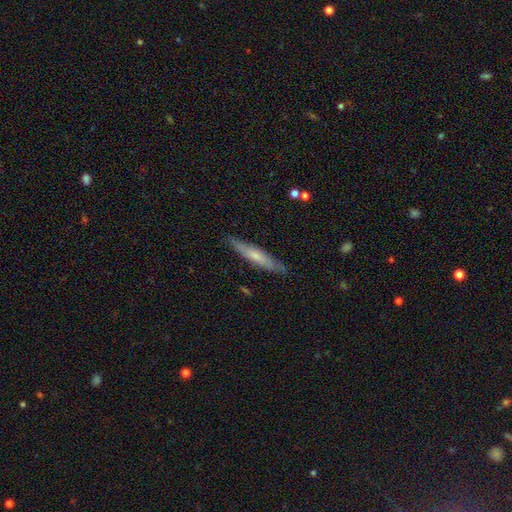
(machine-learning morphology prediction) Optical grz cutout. It shows a smooth galaxy with no disk features (51%) that is cigar-shaped (91%). Merging: none (86%).